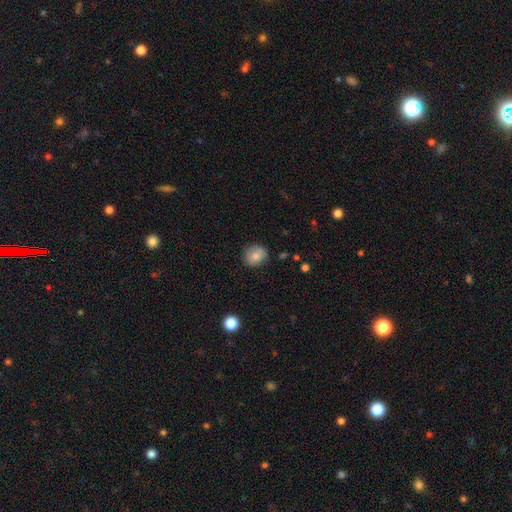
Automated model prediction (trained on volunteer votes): This is likely a smooth galaxy (74%). How rounded: likely round (79%). Merging: clearly none (81%).